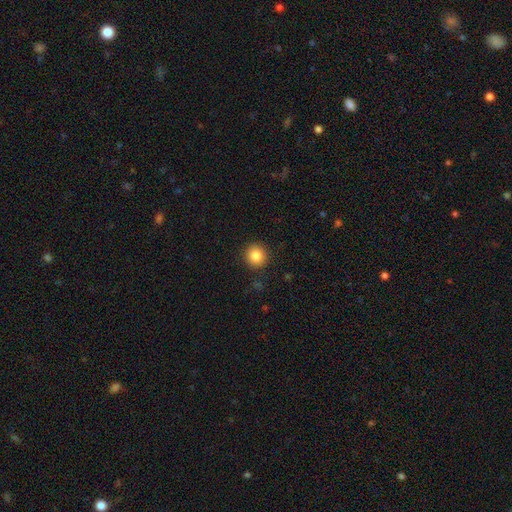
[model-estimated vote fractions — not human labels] smooth_or_featured: smooth (p=0.86) [alt: star or artifact p=0.10]
how_rounded: round (p=0.93) [alt: in between p=0.07]
merging: none (p=0.91) [alt: minor disturbance p=0.06]